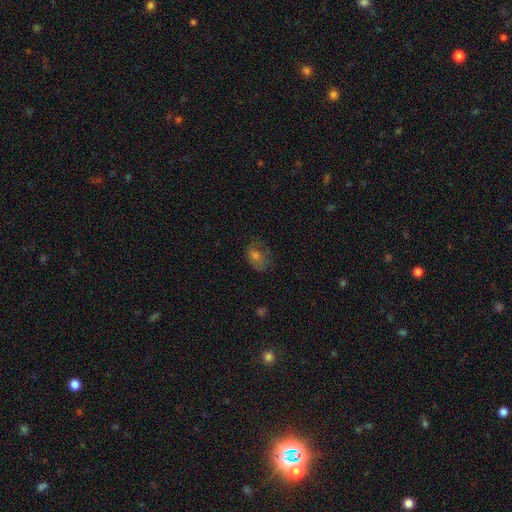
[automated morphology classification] Smooth or featured?
  - smooth: 57% *
  - featured or disk: 24%
  - star or artifact: 19%
How rounded?
  - in between: 66% *
  - round: 32%
  - cigar-shaped: 1%
Merging?
  - none: 60% *
  - minor disturbance: 24%
  - major disturbance: 14%
  - merger: 2%